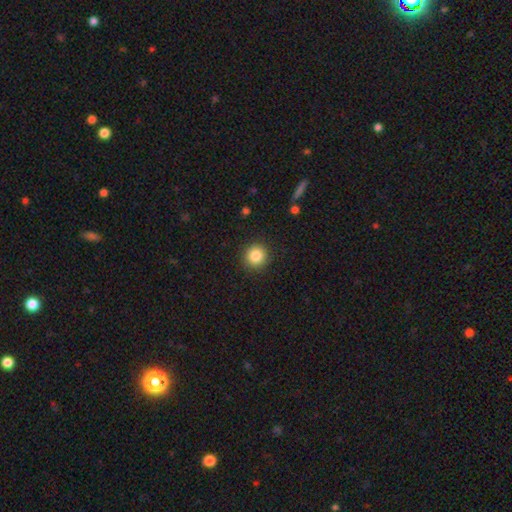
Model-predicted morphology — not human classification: The model was most divided on "smooth or featured": smooth: 85%, star or artifact: 10%, featured or disk: 5%. More confident: how rounded — round (93%); merging — none (91%).